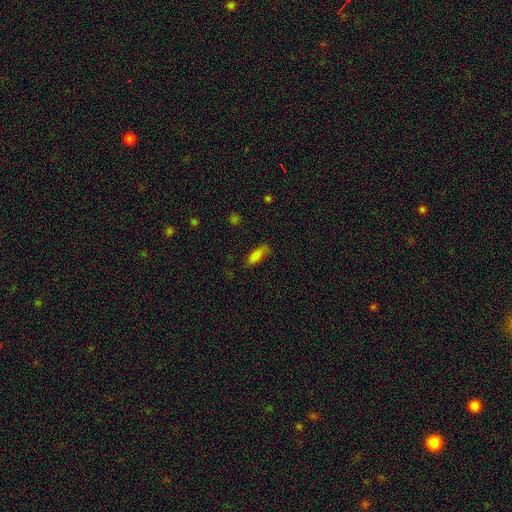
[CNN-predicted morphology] Smooth or featured?
  - smooth: 79% *
  - featured or disk: 12%
  - star or artifact: 9%
How rounded?
  - in between: 72% *
  - cigar-shaped: 26%
  - round: 2%
Merging?
  - none: 64% *
  - minor disturbance: 27%
  - major disturbance: 7%
  - merger: 2%